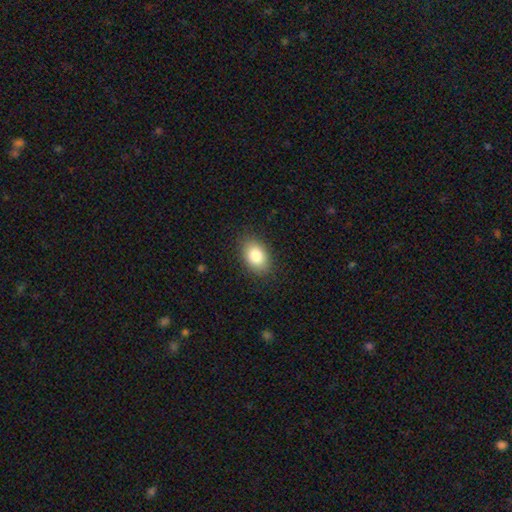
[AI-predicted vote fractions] This appears to be a smooth galaxy with no disk features (83%) that is in between round and cigar-shaped (83%). Merging: none (87%).